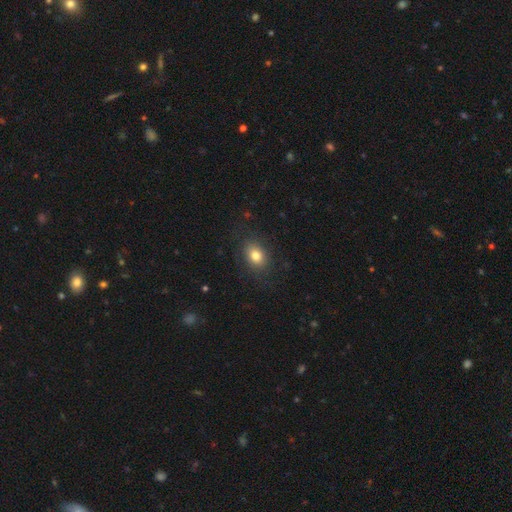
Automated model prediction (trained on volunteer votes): smooth 78%, featured or disk 13%, star or artifact 10%. Down the decision tree: how rounded — in between (67%); merging — none (80%).